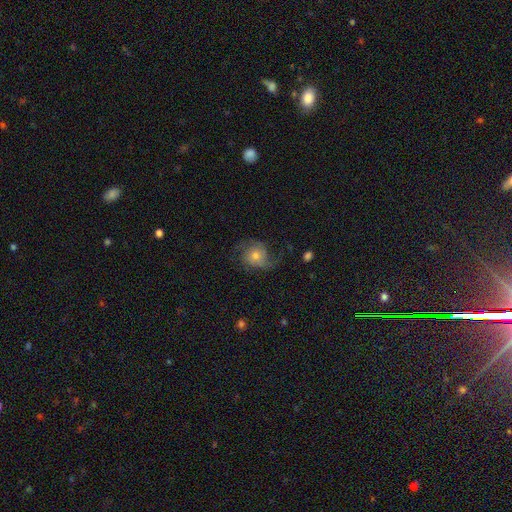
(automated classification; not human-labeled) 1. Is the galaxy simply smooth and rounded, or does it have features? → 63% featured or disk, 27% smooth, 10% star or artifact.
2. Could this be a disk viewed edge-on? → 97% no, 3% yes.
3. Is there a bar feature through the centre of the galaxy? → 78% no, 18% weak, 4% strong.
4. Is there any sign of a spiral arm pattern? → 90% yes, 10% no.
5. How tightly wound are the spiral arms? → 45% loose, 40% medium, 16% tight.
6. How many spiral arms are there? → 65% 2, 11% 3, 11% can't tell, 8% 1, 3% 4, 2% more than 4.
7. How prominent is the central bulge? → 55% moderate, 36% small, 6% large, 2% none, 2% dominant.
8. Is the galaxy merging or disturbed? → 59% none, 22% minor disturbance, 18% major disturbance, 1% merger.